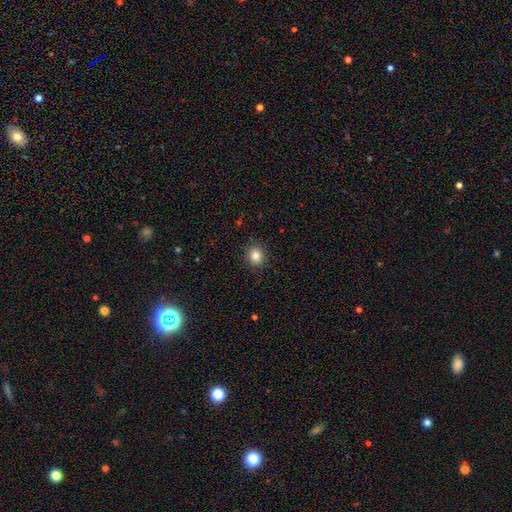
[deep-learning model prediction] This is clearly a smooth galaxy (83%). How rounded: likely round (78%). Merging: clearly none (90%).